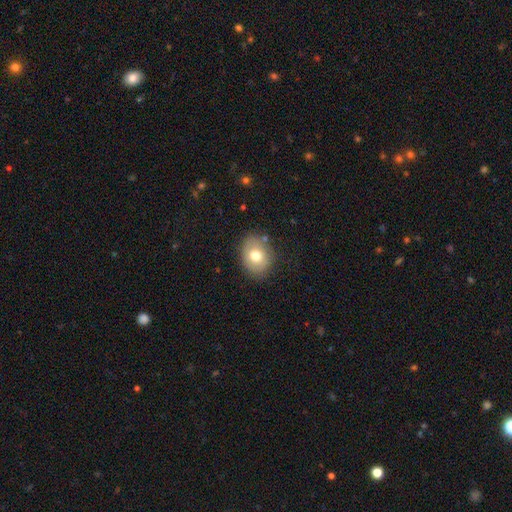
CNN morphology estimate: smooth-or-featured: smooth: 72% | featured or disk: 19% | star or artifact: 9%
  how-rounded: in between: 53% | round: 46% | cigar-shaped: 1%
  merging: none: 80% | minor disturbance: 14% | major disturbance: 4% | merger: 2%